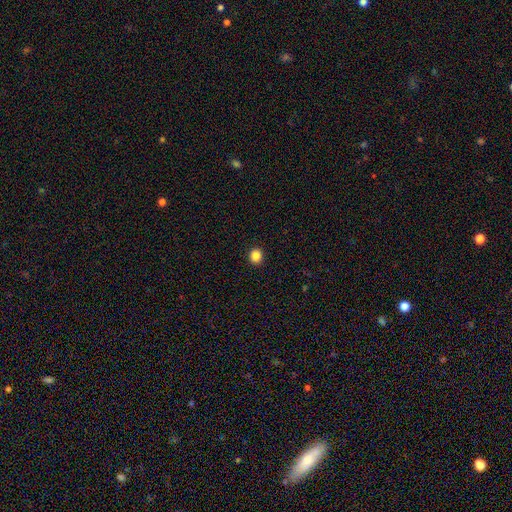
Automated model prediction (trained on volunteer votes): Smooth or featured?
  - smooth: 86% *
  - star or artifact: 11%
  - featured or disk: 3%
How rounded?
  - round: 88% *
  - in between: 11%
  - cigar-shaped: 1%
Merging?
  - none: 94% *
  - minor disturbance: 4%
  - major disturbance: 1%
  - merger: 1%